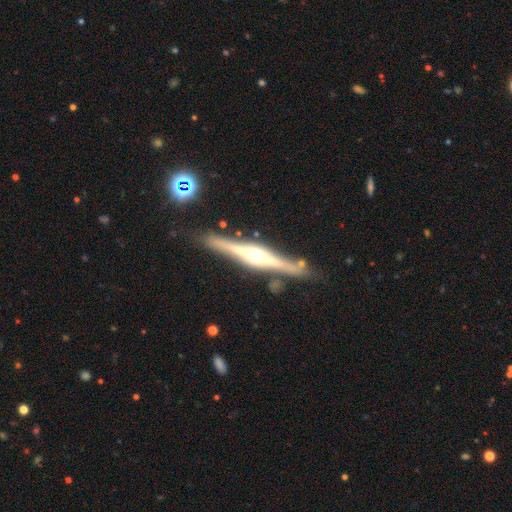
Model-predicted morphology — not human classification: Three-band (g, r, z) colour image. It shows a featured or disk galaxy (83%) viewed edge-on (98%) with a rounded central bulge (87%). Merging: none (84%).